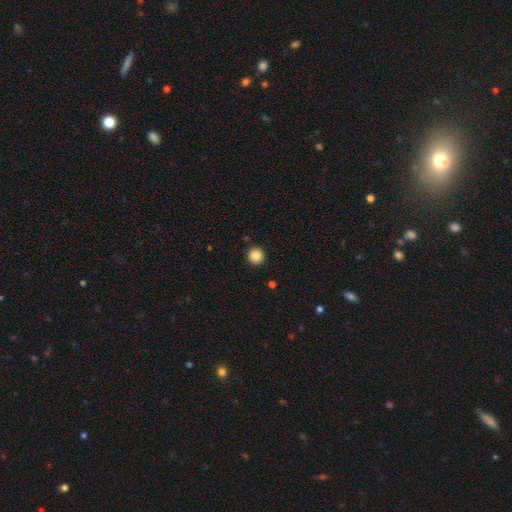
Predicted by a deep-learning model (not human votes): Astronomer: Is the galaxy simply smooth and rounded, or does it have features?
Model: smooth — 85%.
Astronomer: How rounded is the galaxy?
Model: round — 95%.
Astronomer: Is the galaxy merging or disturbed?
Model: none — 92%.